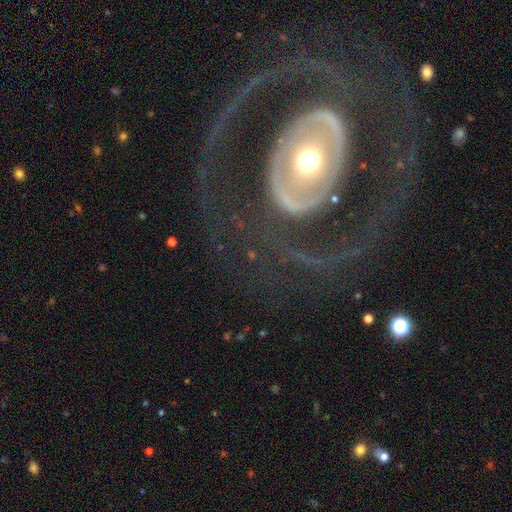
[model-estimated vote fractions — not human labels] smooth-or-featured: featured or disk: 82% | smooth: 12% | star or artifact: 6%
  disk-edge-on: no: 95% | yes: 5%
    bar: no: 56% | weak: 22% | strong: 21%
    has-spiral-arms: yes: 65% | no: 35%
      spiral-winding: tight: 43% | medium: 37% | loose: 20%
      spiral-arm-count: 2: 68% | can't tell: 15% | 1: 6% | 3: 5% | 4: 3% | more than 4: 3%
    bulge-size: moderate: 63% | large: 19% | small: 14% | dominant: 3% | none: 1%
  merging: none: 75% | major disturbance: 14% | minor disturbance: 10% | merger: 2%